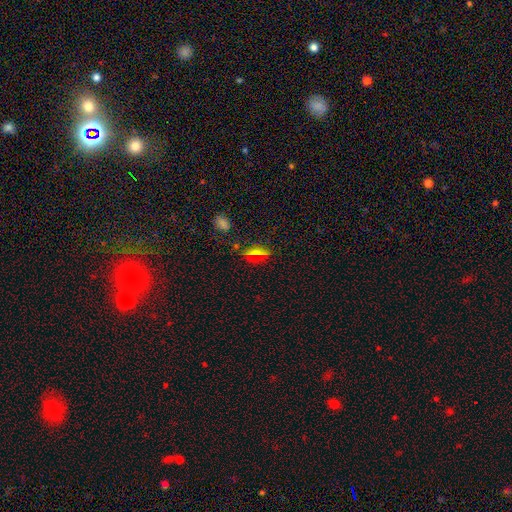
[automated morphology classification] smooth-or-featured: smooth: 53% | star or artifact: 29% | featured or disk: 18%
  how-rounded: in between: 64% | cigar-shaped: 20% | round: 16%
  merging: none: 83% | minor disturbance: 11% | major disturbance: 4% | merger: 3%